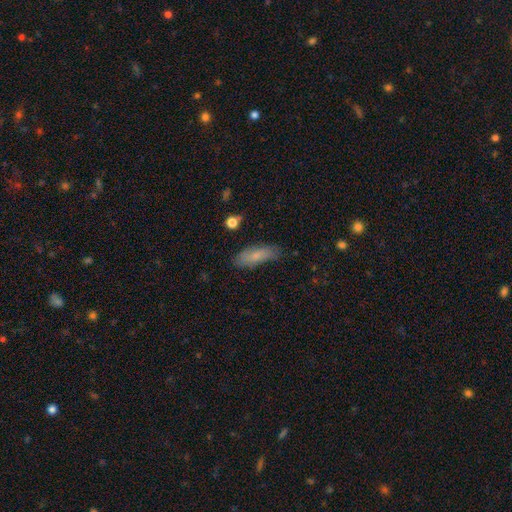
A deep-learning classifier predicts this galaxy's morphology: This appears to be a smooth galaxy with no disk features (72%) that is in between round and cigar-shaped (59%). Merging: none (78%).